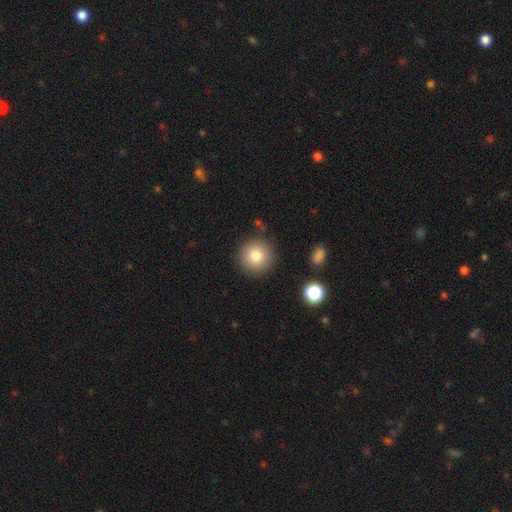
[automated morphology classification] smooth_or_featured: smooth (p=0.80) [alt: star or artifact p=0.11]
how_rounded: round (p=0.95) [alt: in between p=0.04]
merging: none (p=0.87) [alt: minor disturbance p=0.07]